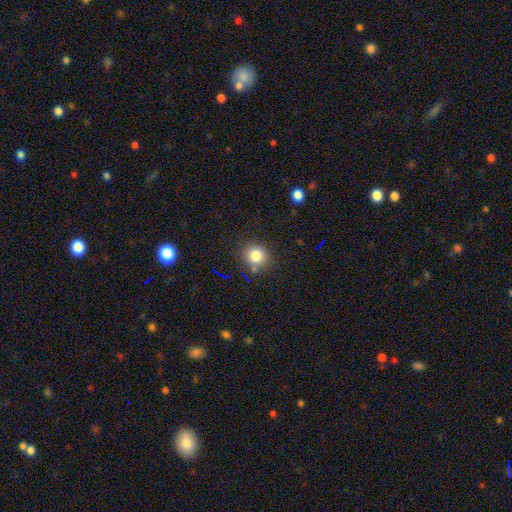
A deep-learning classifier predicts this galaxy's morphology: This appears to be a smooth galaxy with no disk features (81%) that is round (88%). Merging: none (78%).